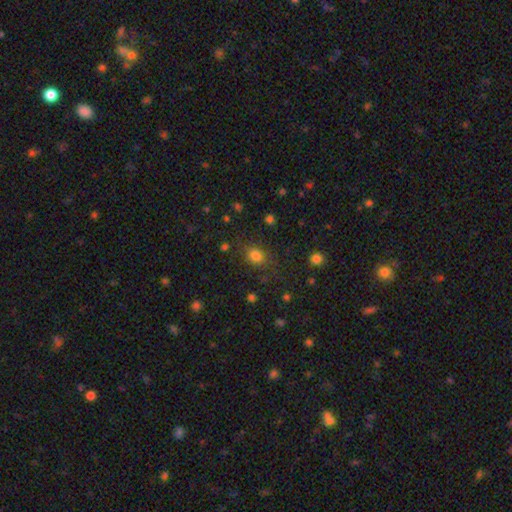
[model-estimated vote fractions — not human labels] Smooth or featured? smooth (77%)
How rounded? round (52%)
Merging? none (76%)